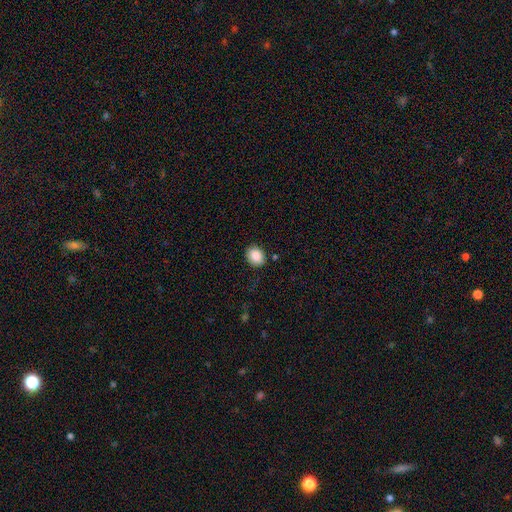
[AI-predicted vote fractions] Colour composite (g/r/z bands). It shows a smooth galaxy with no disk features (88%) that is round (53%). Merging: none (86%).